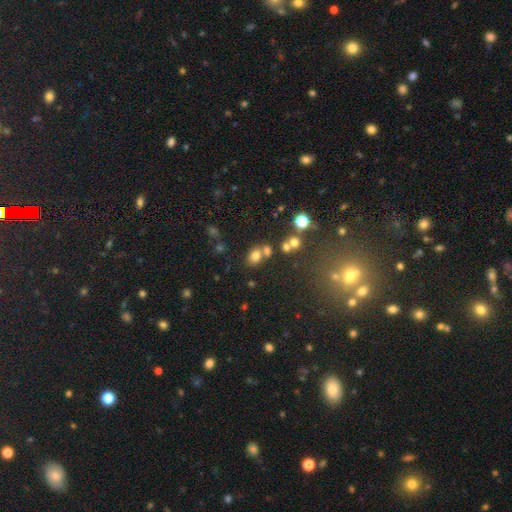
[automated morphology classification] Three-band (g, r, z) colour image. It shows a smooth galaxy with no disk features (72%) that is in between round and cigar-shaped (54%). Merging: none (54%).